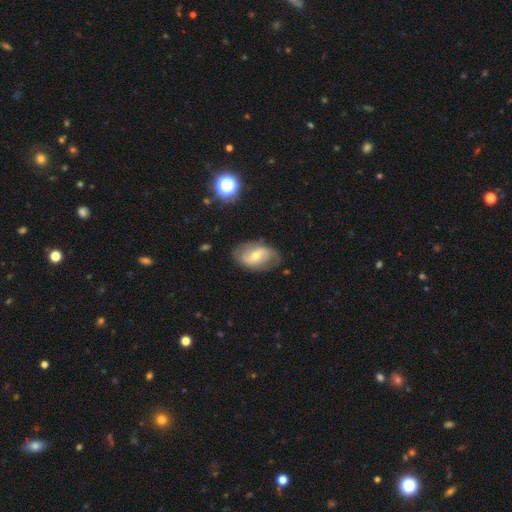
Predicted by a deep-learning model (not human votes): A featured or disk galaxy (57%) with a weak bar (42%), spiral arms (70%) and a moderate central bulge (57%).

Vote fractions:
- Smooth or featured? featured or disk: 57% / smooth: 35% / star or artifact: 8%
- Edge-on disk? no: 94% / yes: 6%
- Bar? weak: 42% / no: 38% / strong: 20%
- Spiral arms? yes: 70% / no: 30%
- Bulge size? moderate: 57% / small: 38% / large: 3% / none: 1% / dominant: 1%
- Merging? none: 73% / minor disturbance: 19% / major disturbance: 6% / merger: 1%